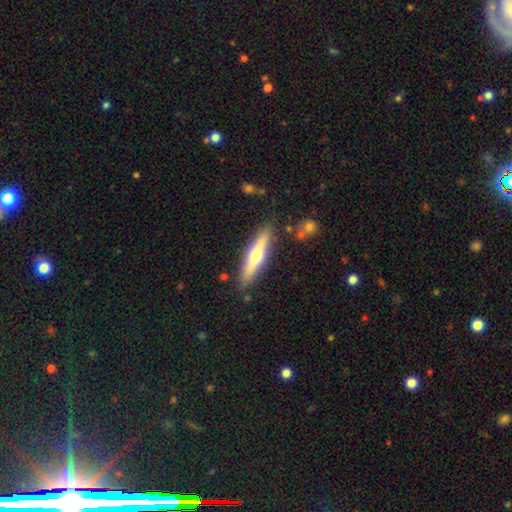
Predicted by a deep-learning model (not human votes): Q: Smooth or featured?
A: featured or disk (51%); runner-up: smooth (43%)
Q: Edge-on disk?
A: yes (90%); runner-up: no (10%)
Q: Merging?
A: none (86%); runner-up: minor disturbance (9%)